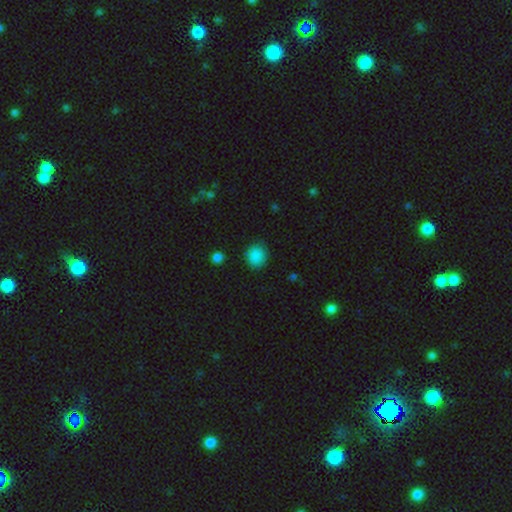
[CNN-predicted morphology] Q: Smooth or featured?
A: smooth (87%); runner-up: star or artifact (9%)
Q: How rounded?
A: round (70%); runner-up: in between (29%)
Q: Merging?
A: none (84%); runner-up: minor disturbance (12%)